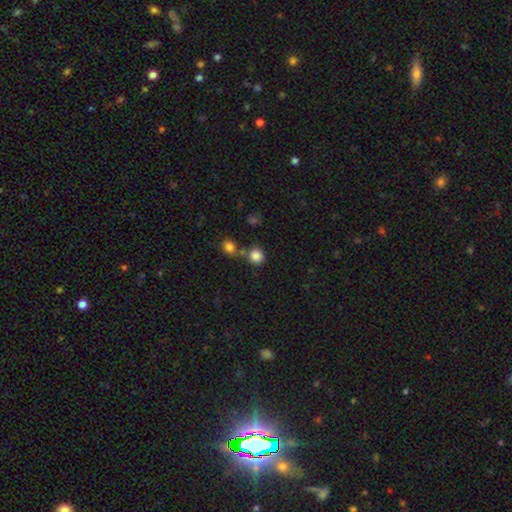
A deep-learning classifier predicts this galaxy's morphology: Smooth or featured: smooth — 84% (star or artifact — 11%)
How rounded: round — 85% (in between — 14%)
Merging: none — 66% (merger — 21%)